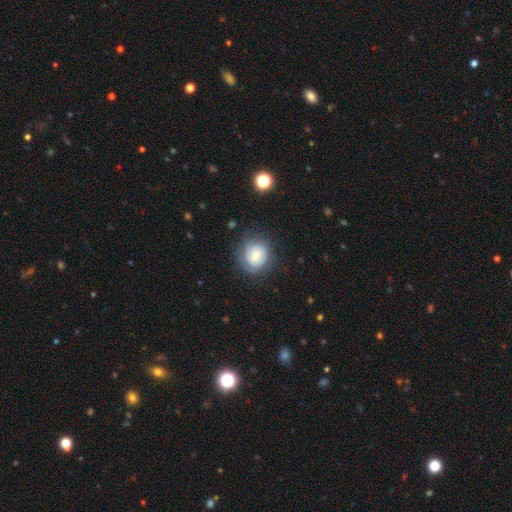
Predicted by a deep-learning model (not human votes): The model was most divided on "smooth or featured": featured or disk: 51%, smooth: 41%, star or artifact: 8%. More confident: edge-on disk — no (97%); merging — none (72%).